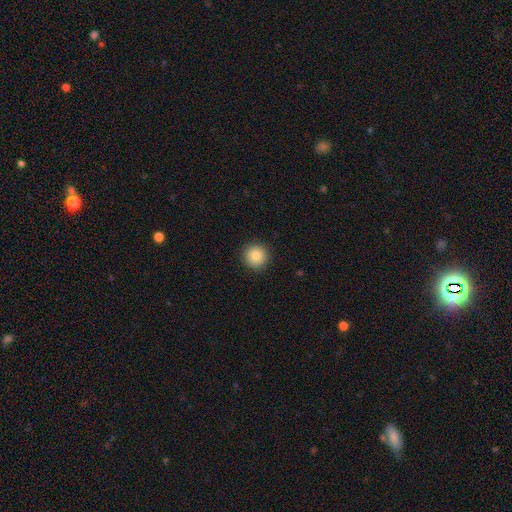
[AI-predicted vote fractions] The model was most divided on "smooth or featured": smooth: 85%, star or artifact: 9%, featured or disk: 6%. More confident: how rounded — round (95%); merging — none (92%).